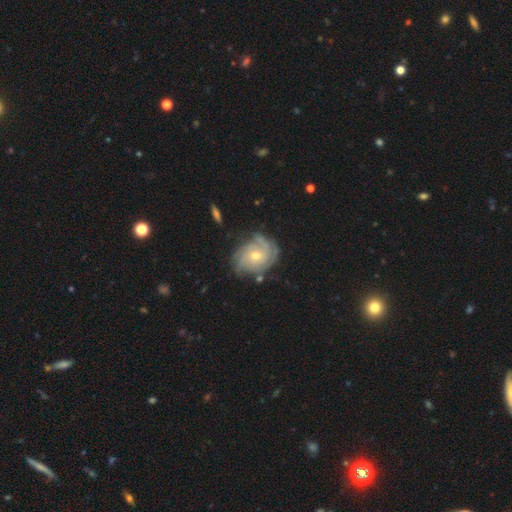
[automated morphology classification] smooth_or_featured: featured or disk (p=0.81) [alt: smooth p=0.12]
disk_edge_on: no (p=0.97) [alt: yes p=0.03]
bar: no (p=0.75) [alt: weak p=0.21]
has_spiral_arms: yes (p=0.94) [alt: no p=0.06]
spiral_winding: tight (p=0.67) [alt: medium p=0.25]
spiral_arm_count: can't tell (p=0.35) [alt: 3 p=0.22]
bulge_size: moderate (p=0.51) [alt: small p=0.45]
merging: none (p=0.72) [alt: minor disturbance p=0.19]